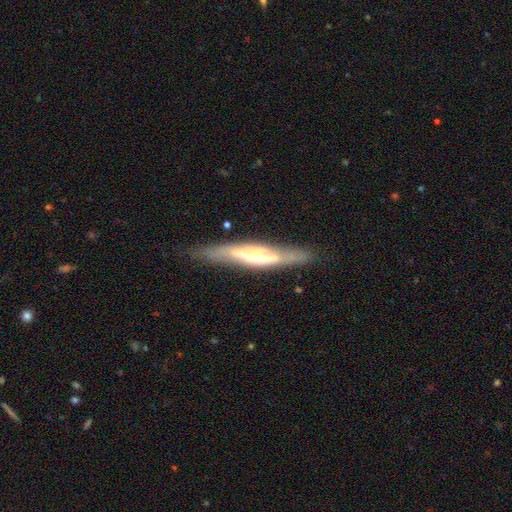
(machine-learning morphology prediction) Smooth or featured: featured or disk — 73% (smooth — 22%)
Edge-on disk: yes — 76% (no — 24%)
Edge-on bulge: rounded — 73% (none — 15%)
Merging: none — 79% (minor disturbance — 15%)